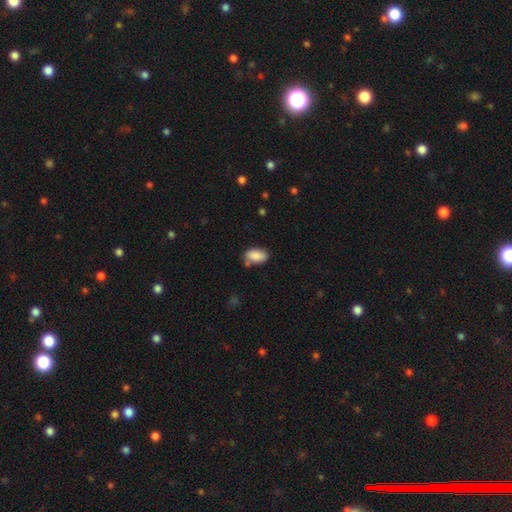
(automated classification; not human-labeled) Smooth or featured?
  - smooth: 86% *
  - star or artifact: 7%
  - featured or disk: 7%
How rounded?
  - in between: 93% *
  - round: 5%
  - cigar-shaped: 2%
Merging?
  - none: 70% *
  - minor disturbance: 19%
  - merger: 7%
  - major disturbance: 4%